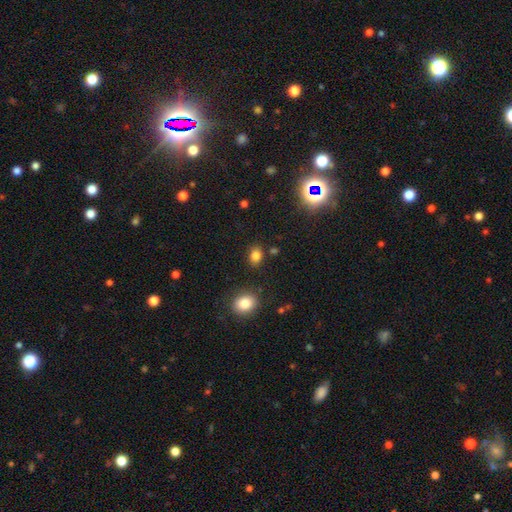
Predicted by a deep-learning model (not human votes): Q: Smooth or featured?
A: smooth (81%); runner-up: star or artifact (13%)
Q: How rounded?
A: in between (59%); runner-up: round (40%)
Q: Merging?
A: none (83%); runner-up: minor disturbance (10%)